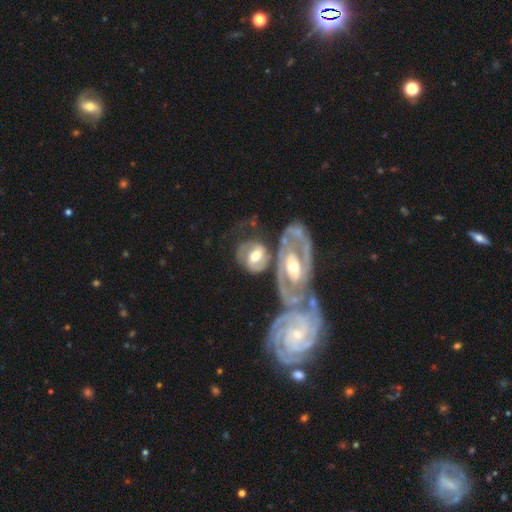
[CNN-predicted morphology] featured or disk 61%, smooth 34%, star or artifact 6%. Down the decision tree: edge-on disk — no (94%); bar — no (40%); spiral arms — yes (72%); bulge size — moderate (67%); merging — none (38%).